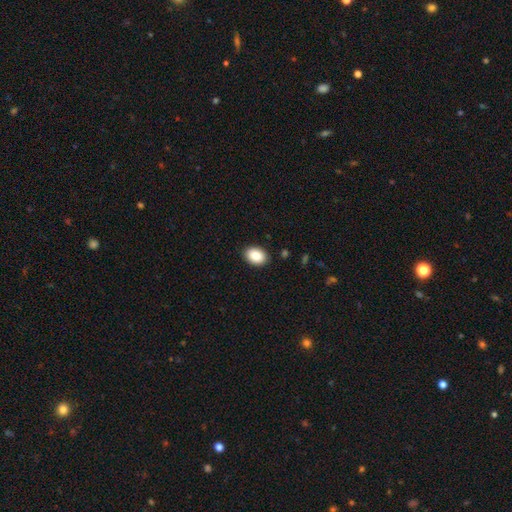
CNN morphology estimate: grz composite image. It shows a smooth galaxy with no disk features (86%) that is in between round and cigar-shaped (75%). Merging: none (89%).